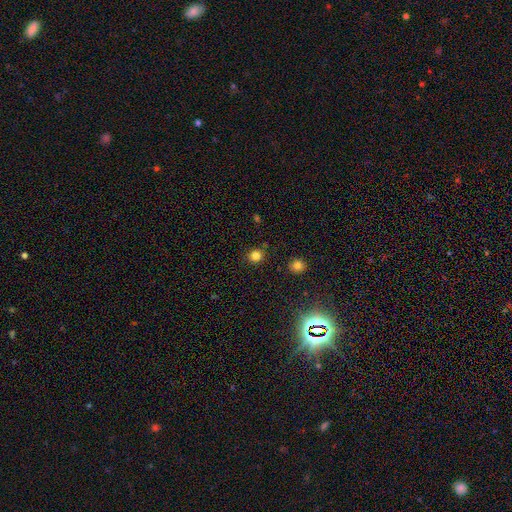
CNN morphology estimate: Smooth or featured: smooth — 81% (star or artifact — 15%)
How rounded: round — 91% (in between — 8%)
Merging: none — 89% (minor disturbance — 7%)